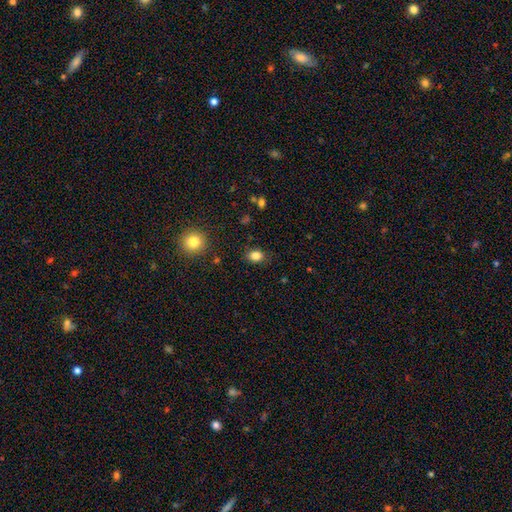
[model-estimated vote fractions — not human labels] This appears to be a smooth galaxy with no disk features (84%) that is in between round and cigar-shaped (63%). Merging: none (83%).